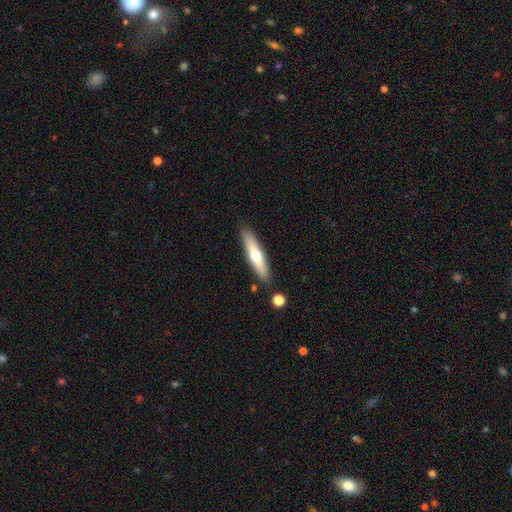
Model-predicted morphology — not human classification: The model was most divided on "smooth or featured": smooth: 55%, featured or disk: 40%, star or artifact: 6%. More confident: merging — none (87%); how rounded — cigar-shaped (82%).